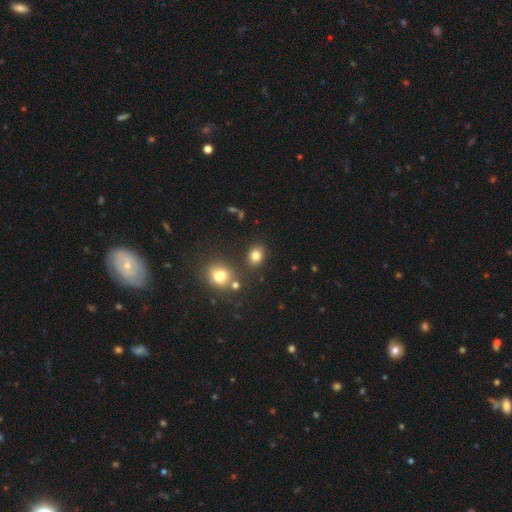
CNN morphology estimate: This is likely a smooth galaxy (79%). How rounded: possibly in between (52%). Merging: likely none (80%).